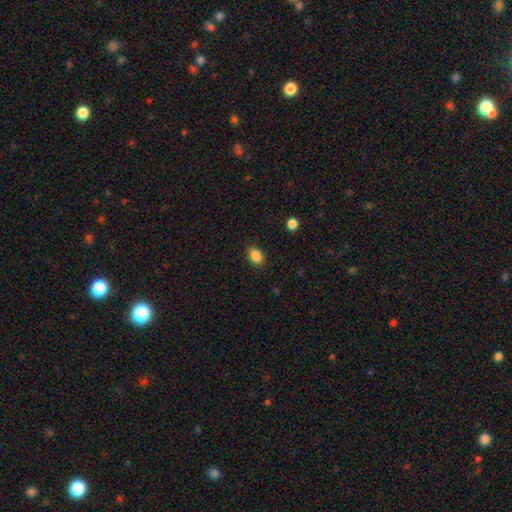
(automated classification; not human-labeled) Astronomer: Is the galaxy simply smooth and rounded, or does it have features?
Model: smooth — 87%.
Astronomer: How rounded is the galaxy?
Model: in between — 70%.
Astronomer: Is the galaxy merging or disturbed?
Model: none — 87%.